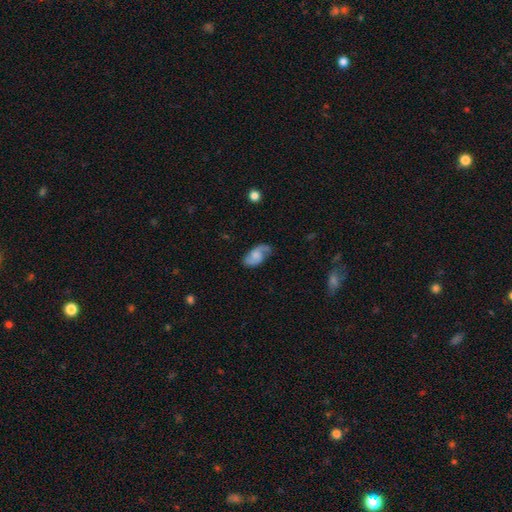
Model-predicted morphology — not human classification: featured or disk 65%, smooth 28%, star or artifact 7%. Down the decision tree: edge-on disk — no (96%); bar — no (59%); spiral arms — yes (93%); spiral arm count — 2 (83%); spiral winding — medium (44%); bulge size — none (31%); merging — none (68%).